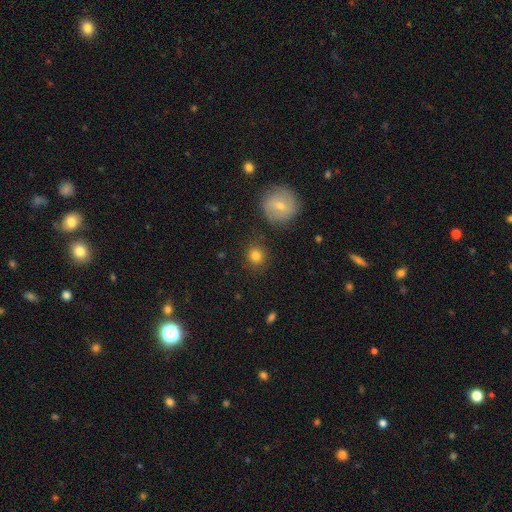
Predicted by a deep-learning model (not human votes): smooth_or_featured: smooth (p=0.82) [alt: star or artifact p=0.10]
how_rounded: round (p=0.89) [alt: in between p=0.10]
merging: none (p=0.86) [alt: minor disturbance p=0.09]